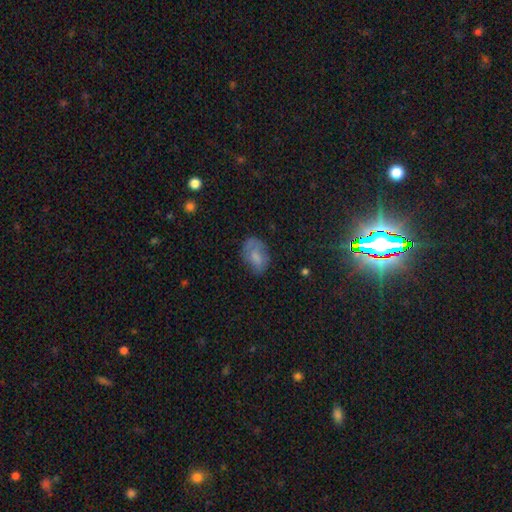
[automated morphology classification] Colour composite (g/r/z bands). It shows a smooth galaxy with no disk features (65%) that is in between round and cigar-shaped (83%). Merging: none (59%).